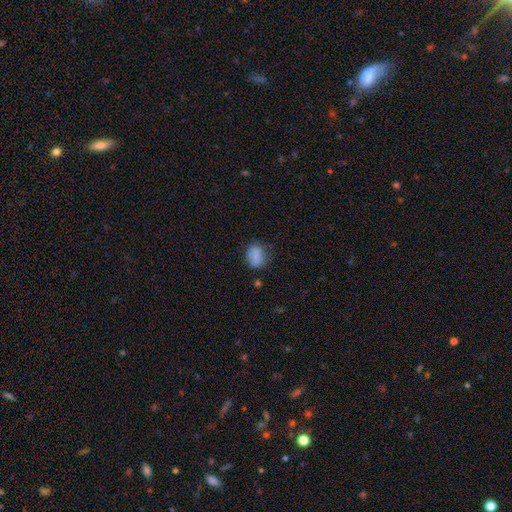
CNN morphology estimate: Q: Smooth or featured?
A: smooth (81%); runner-up: star or artifact (10%)
Q: How rounded?
A: in between (67%); runner-up: round (31%)
Q: Merging?
A: none (65%); runner-up: minor disturbance (24%)